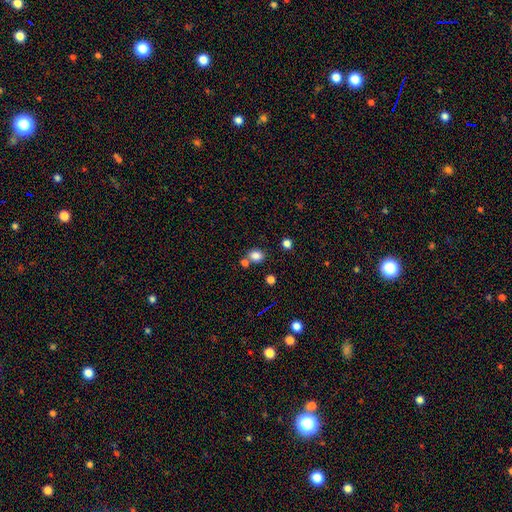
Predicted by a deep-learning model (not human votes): smooth_or_featured: smooth (p=0.82) [alt: star or artifact p=0.12]
how_rounded: round (p=0.55) [alt: in between p=0.44]
merging: none (p=0.64) [alt: merger p=0.21]